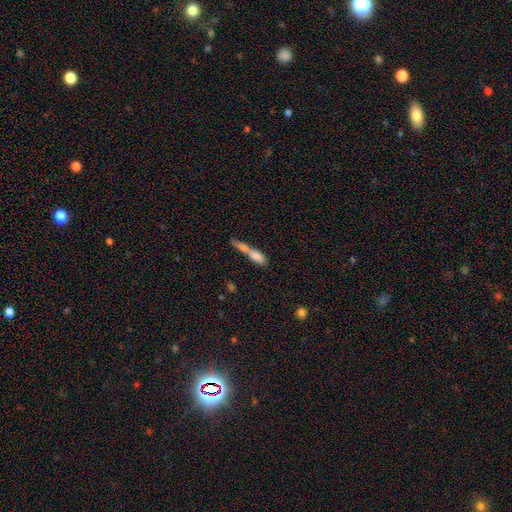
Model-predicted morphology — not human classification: The model was most divided on "how rounded": cigar-shaped: 55%, in between: 41%, round: 4%. More confident: smooth or featured — smooth (73%); merging — merger (68%).